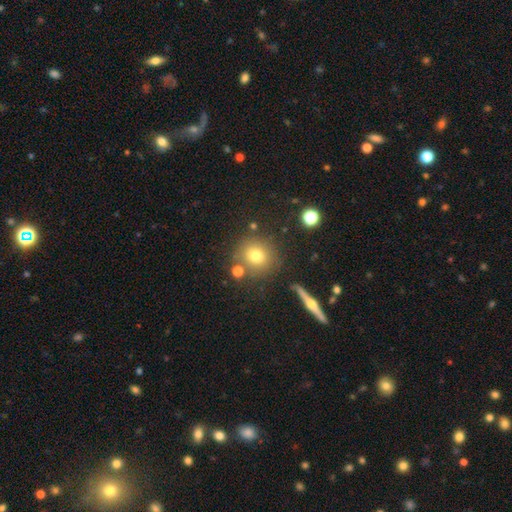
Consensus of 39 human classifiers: smooth-or-featured: smooth: 85% | featured or disk: 13% | star or artifact: 3%
  how-rounded: round: 94% | in between: 6% | cigar-shaped: 0%
  merging: none: 87% | minor disturbance: 11% | merger: 3% | major disturbance: 0%